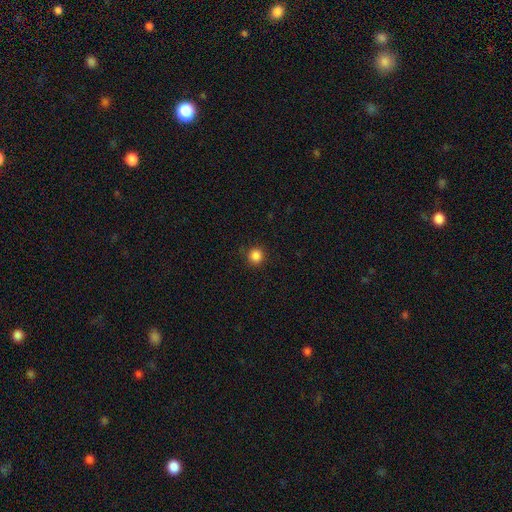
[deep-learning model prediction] smooth 86%, star or artifact 11%, featured or disk 3%. Down the decision tree: how rounded — round (94%); merging — none (90%).